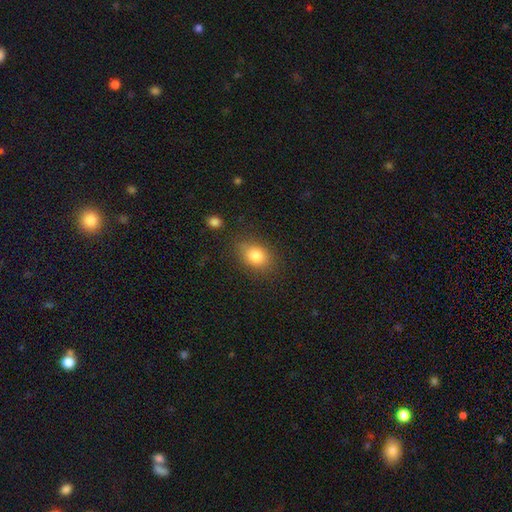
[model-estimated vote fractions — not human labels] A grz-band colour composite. It shows a smooth galaxy with no disk features (82%) that is in between round and cigar-shaped (68%). Merging: none (80%).